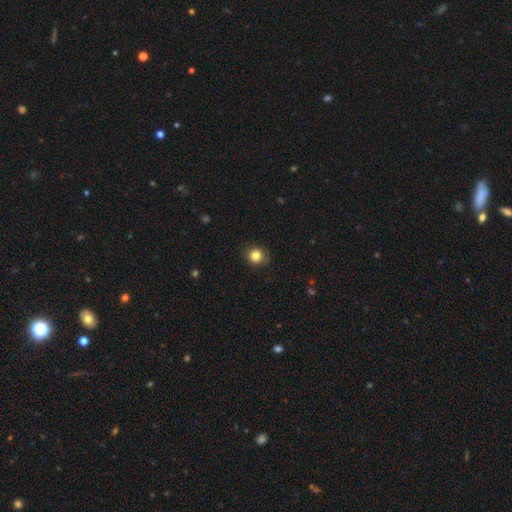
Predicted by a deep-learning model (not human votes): Smooth or featured? smooth (83%)
How rounded? round (87%)
Merging? none (87%)